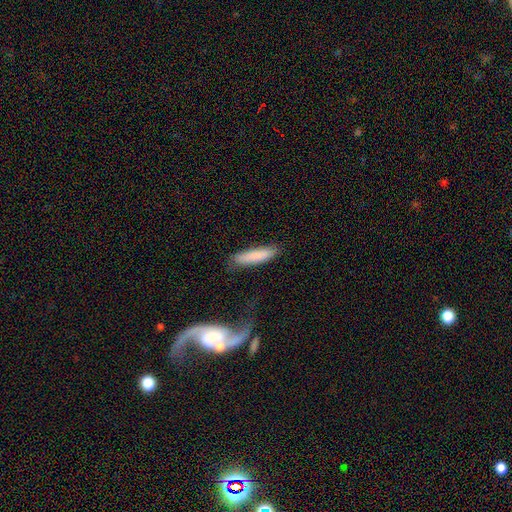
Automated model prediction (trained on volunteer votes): This appears to be a smooth galaxy with no disk features (81%) that is cigar-shaped (82%). Merging: none (76%).